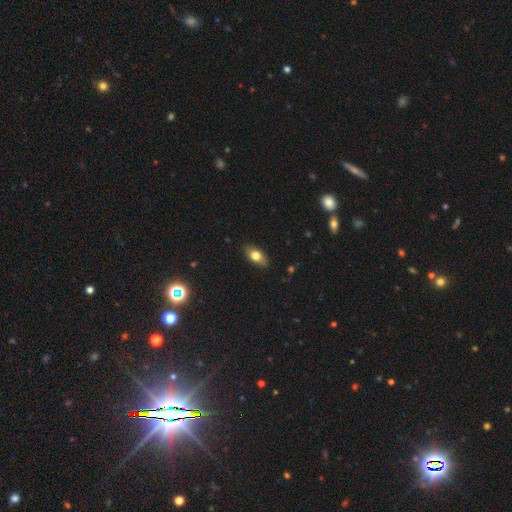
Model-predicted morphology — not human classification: A smooth galaxy with no disk features (75%) that is in between round and cigar-shaped (86%). Merging: none (86%).